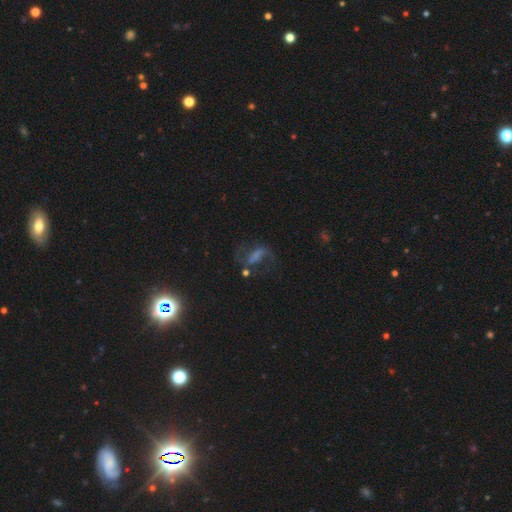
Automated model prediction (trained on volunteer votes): A featured or disk galaxy (51%).

Vote fractions:
- Smooth or featured? featured or disk: 51% / star or artifact: 30% / smooth: 19%
- Edge-on disk? no: 91% / yes: 9%
- Merging? none: 58% / major disturbance: 20% / minor disturbance: 17% / merger: 5%